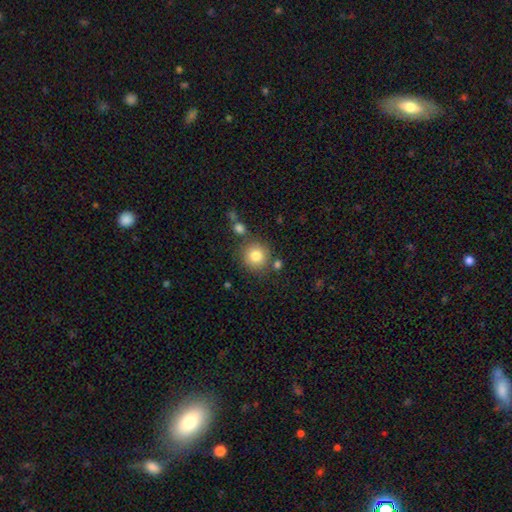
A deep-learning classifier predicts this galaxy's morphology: smooth 81%, star or artifact 10%, featured or disk 8%. Down the decision tree: how rounded — round (92%); merging — none (78%).